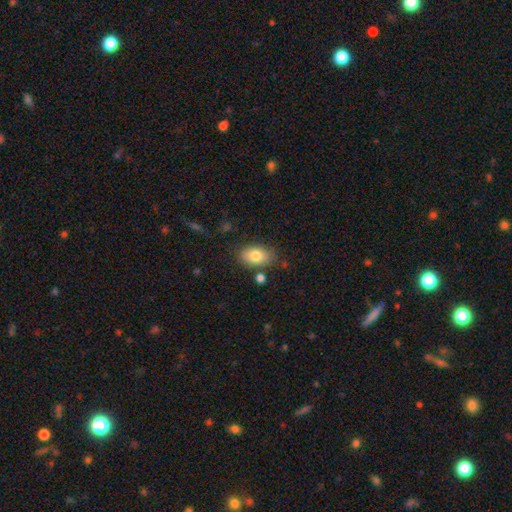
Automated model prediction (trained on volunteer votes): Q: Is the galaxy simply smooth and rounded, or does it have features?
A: smooth — 80%.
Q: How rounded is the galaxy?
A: in between — 89%.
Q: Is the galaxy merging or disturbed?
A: none — 78%.